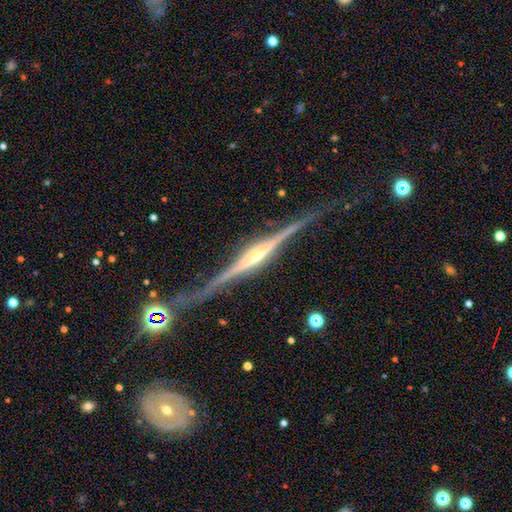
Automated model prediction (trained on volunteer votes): A featured or disk galaxy (90%) viewed edge-on (98%) with a rounded central bulge (77%).

Vote fractions:
- Smooth or featured? featured or disk: 90% / smooth: 6% / star or artifact: 5%
- Edge-on disk? yes: 98% / no: 2%
- Edge-on bulge? rounded: 77% / boxy: 13% / none: 10%
- Merging? none: 81% / minor disturbance: 13% / major disturbance: 3% / merger: 3%